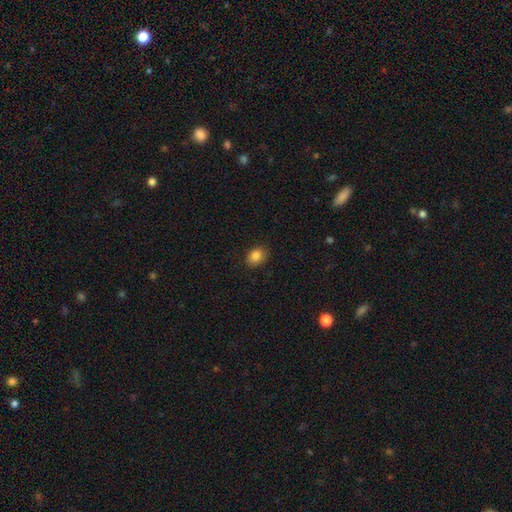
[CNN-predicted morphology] A smooth galaxy with no disk features (85%) that is in between round and cigar-shaped (62%).

Vote fractions:
- Smooth or featured? smooth: 85% / star or artifact: 10% / featured or disk: 5%
- How rounded? in between: 62% / round: 37% / cigar-shaped: 1%
- Merging? none: 86% / minor disturbance: 10% / major disturbance: 2% / merger: 1%